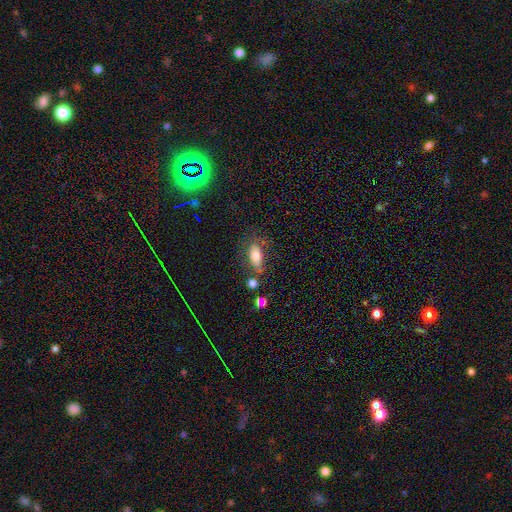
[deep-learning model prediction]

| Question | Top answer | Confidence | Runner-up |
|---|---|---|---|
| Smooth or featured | smooth | 73% | featured or disk (17%) |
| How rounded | in between | 84% | cigar-shaped (11%) |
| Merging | none | 63% | minor disturbance (20%) |